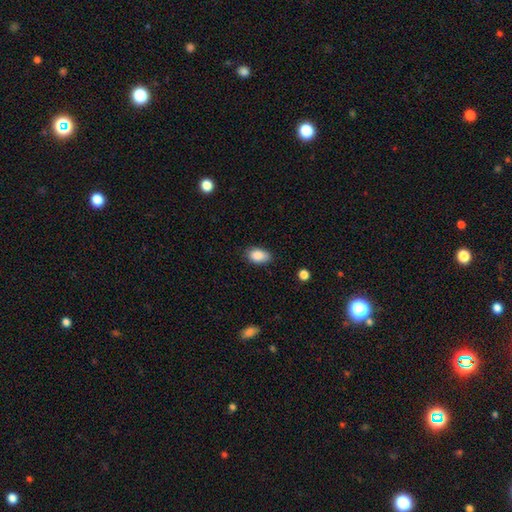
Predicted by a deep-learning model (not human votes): smooth-or-featured: smooth: 88% | star or artifact: 8% | featured or disk: 5%
  how-rounded: in between: 88% | round: 11% | cigar-shaped: 1%
  merging: none: 77% | minor disturbance: 18% | major disturbance: 3% | merger: 1%